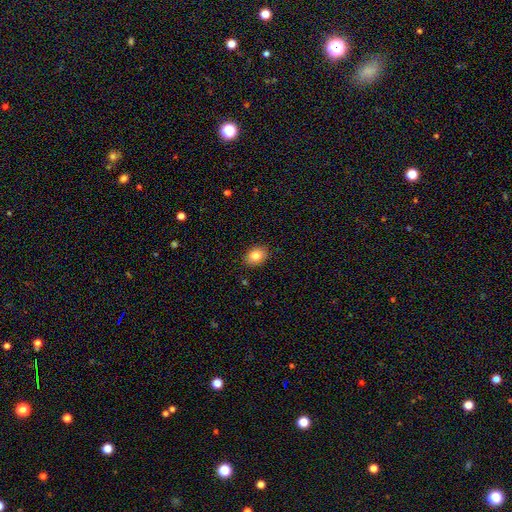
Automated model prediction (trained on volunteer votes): Overall: smooth (83%). How rounded: in between (63%; round 36%). Merging: none (87%).